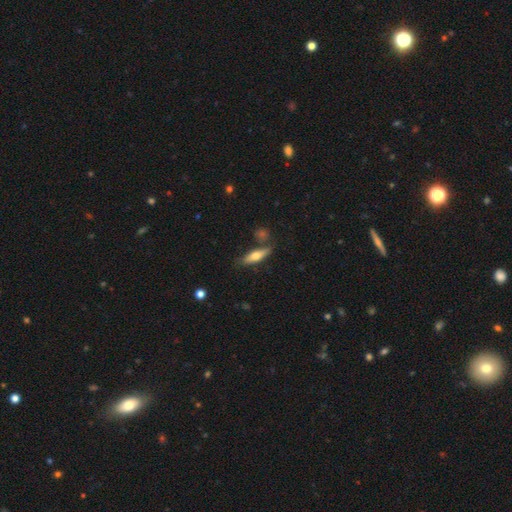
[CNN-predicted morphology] Smooth or featured: smooth — 61% (featured or disk — 33%)
How rounded: cigar-shaped — 58% (in between — 39%)
Merging: none — 72% (minor disturbance — 16%)